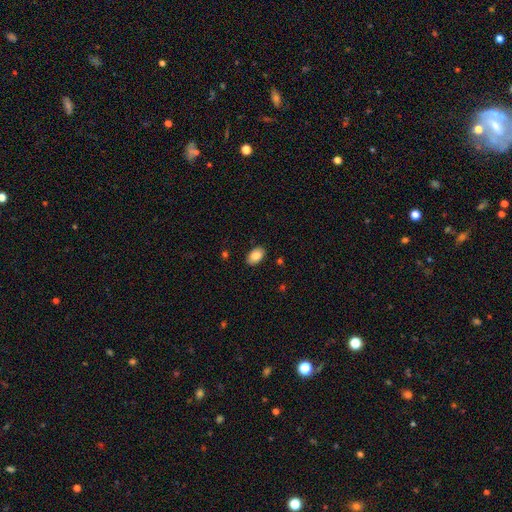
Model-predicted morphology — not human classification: This is clearly a smooth galaxy (86%). How rounded: clearly in between (90%). Merging: clearly none (87%).